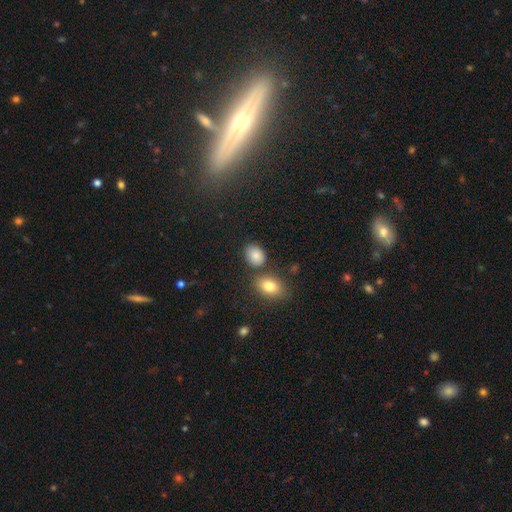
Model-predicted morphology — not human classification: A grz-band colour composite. It shows a smooth galaxy with no disk features (85%) that is in between round and cigar-shaped (74%). Merging: none (72%).